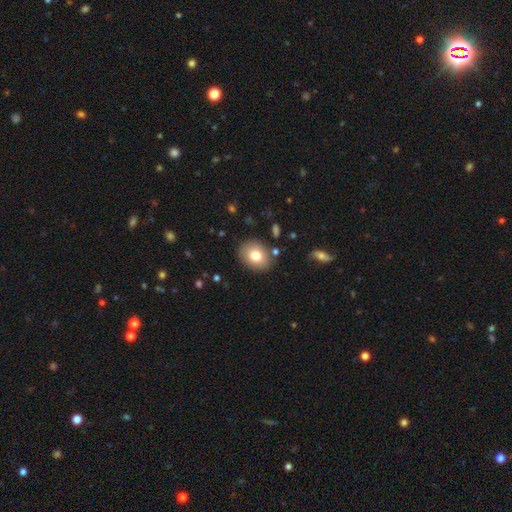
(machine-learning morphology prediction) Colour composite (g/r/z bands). It shows a smooth galaxy with no disk features (78%) that is round (53%). Merging: none (85%).